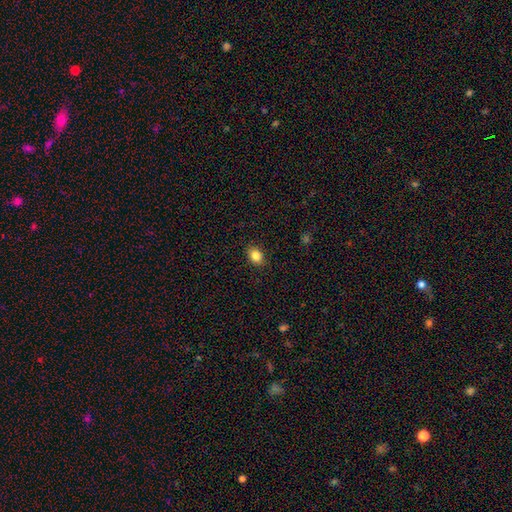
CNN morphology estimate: smooth_or_featured: smooth (p=0.84) [alt: star or artifact p=0.10]
how_rounded: in between (p=0.63) [alt: round p=0.36]
merging: none (p=0.89) [alt: minor disturbance p=0.08]